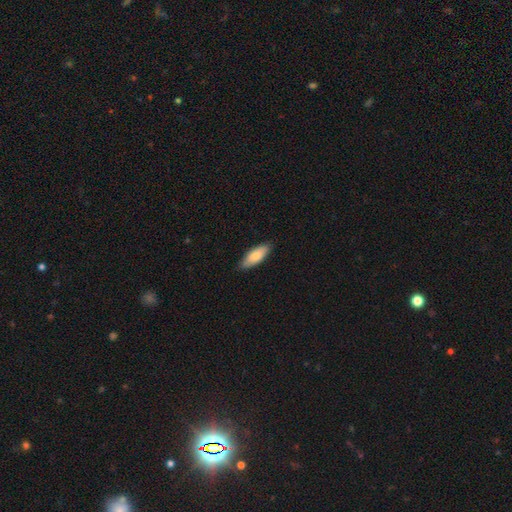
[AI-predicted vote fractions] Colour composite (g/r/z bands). It shows a smooth galaxy with no disk features (79%) that is in between round and cigar-shaped (74%). Merging: none (83%).